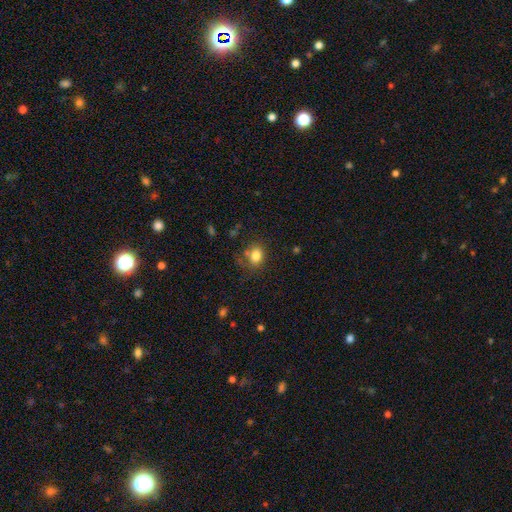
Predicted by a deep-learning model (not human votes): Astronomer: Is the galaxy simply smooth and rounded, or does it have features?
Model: smooth — 81%.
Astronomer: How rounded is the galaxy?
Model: round — 58% (runner-up: in between, 41%).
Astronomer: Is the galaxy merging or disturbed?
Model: none — 68%.